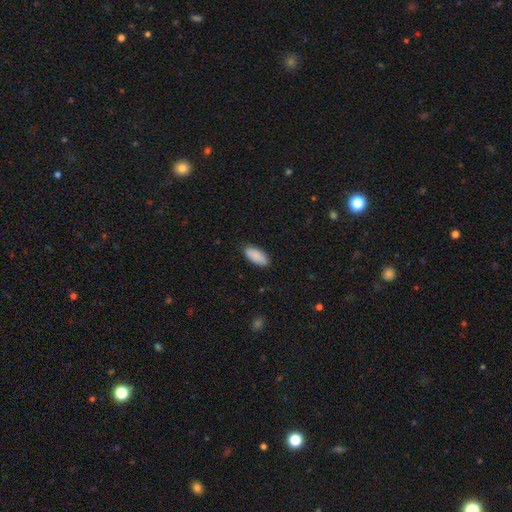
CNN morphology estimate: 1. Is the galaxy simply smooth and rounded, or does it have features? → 89% smooth, 6% star or artifact, 5% featured or disk.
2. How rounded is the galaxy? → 89% in between, 9% cigar-shaped, 2% round.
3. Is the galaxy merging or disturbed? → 87% none, 10% minor disturbance, 2% major disturbance, 1% merger.